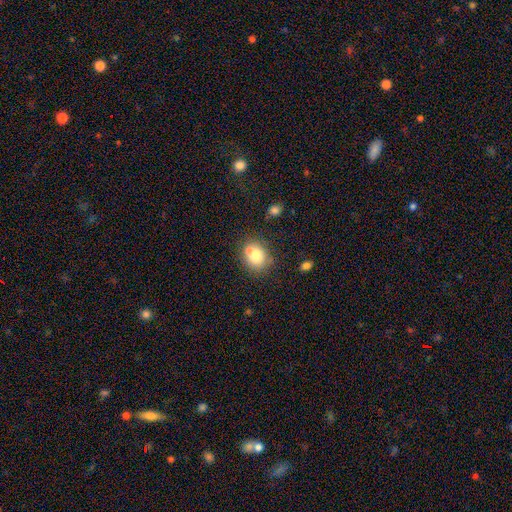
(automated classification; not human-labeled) smooth_or_featured: smooth (p=0.74) [alt: featured or disk p=0.16]
how_rounded: round (p=0.64) [alt: in between p=0.35]
merging: none (p=0.51) [alt: merger p=0.34]